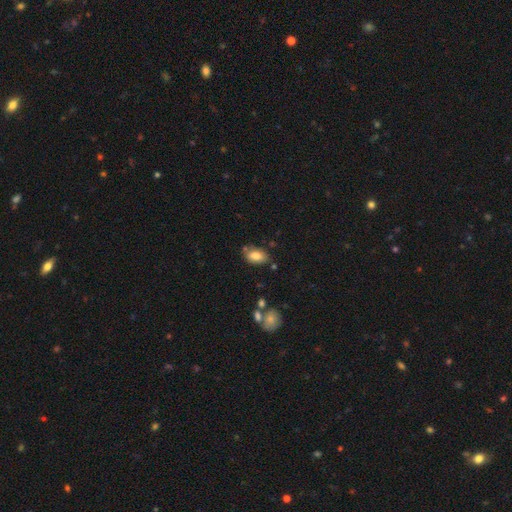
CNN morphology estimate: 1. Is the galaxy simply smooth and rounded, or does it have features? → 82% smooth, 10% featured or disk, 8% star or artifact.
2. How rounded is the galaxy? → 90% in between, 9% round, 2% cigar-shaped.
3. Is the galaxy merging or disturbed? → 72% none, 17% minor disturbance, 7% merger, 4% major disturbance.